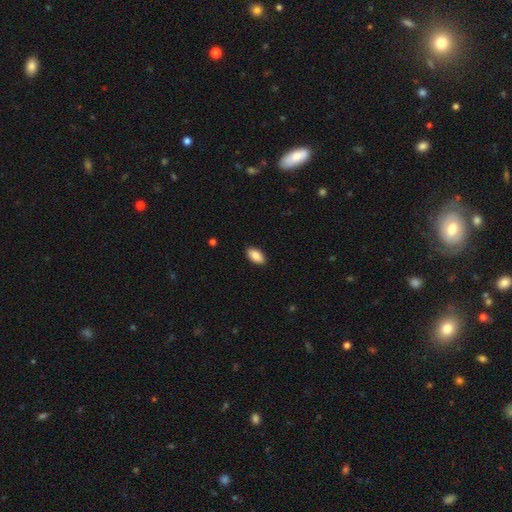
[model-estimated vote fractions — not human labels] A smooth galaxy with no disk features (88%) that is in between round and cigar-shaped (94%).

Vote fractions:
- Smooth or featured? smooth: 88% / star or artifact: 6% / featured or disk: 5%
- How rounded? in between: 94% / cigar-shaped: 4% / round: 2%
- Merging? none: 90% / minor disturbance: 8% / major disturbance: 2% / merger: 1%